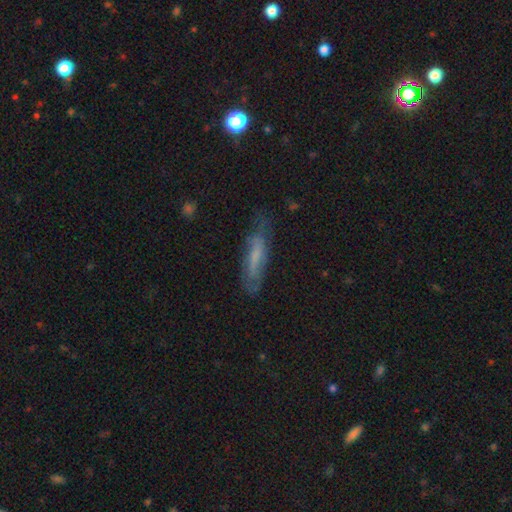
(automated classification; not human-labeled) The model was most divided on "smooth or featured": featured or disk: 48%, smooth: 44%, star or artifact: 8%. More confident: merging — none (63%).